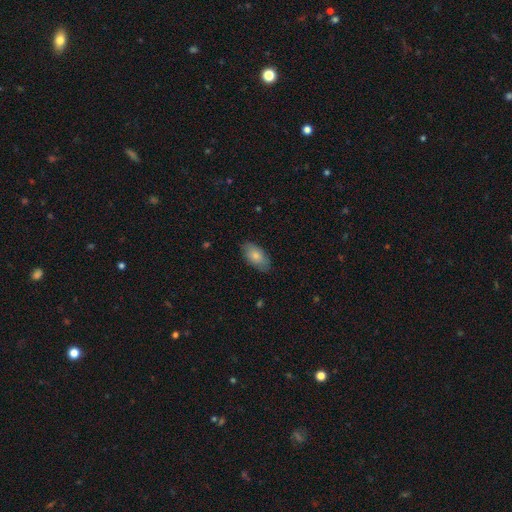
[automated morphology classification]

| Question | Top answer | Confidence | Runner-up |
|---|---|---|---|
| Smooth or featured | smooth | 78% | featured or disk (16%) |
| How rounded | in between | 93% | cigar-shaped (4%) |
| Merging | none | 82% | minor disturbance (14%) |